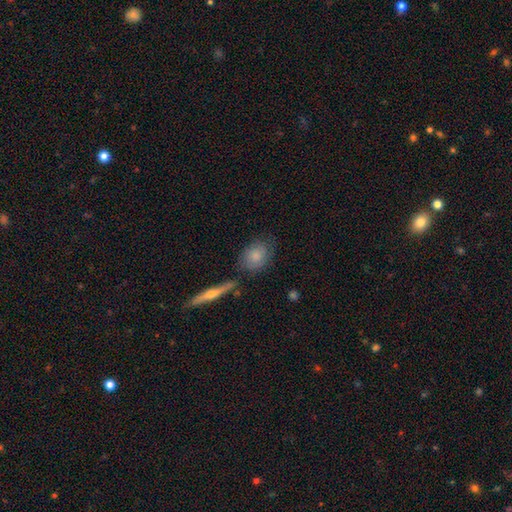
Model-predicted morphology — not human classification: Smooth or featured: smooth — 78% (featured or disk — 15%)
How rounded: in between — 56% (round — 40%)
Merging: none — 69% (minor disturbance — 17%)